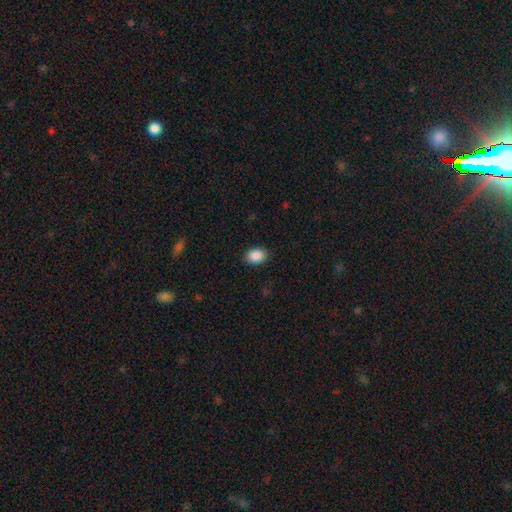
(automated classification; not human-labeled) A smooth galaxy with no disk features (89%) that is in between round and cigar-shaped (71%).

Vote fractions:
- Smooth or featured? smooth: 89% / star or artifact: 8% / featured or disk: 3%
- How rounded? in between: 71% / round: 28% / cigar-shaped: 1%
- Merging? none: 89% / minor disturbance: 8% / major disturbance: 2% / merger: 1%